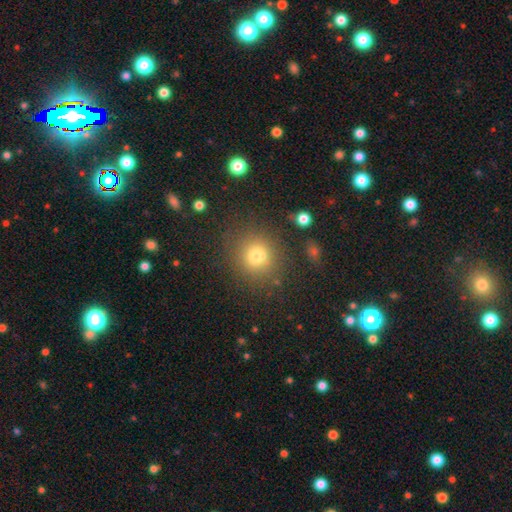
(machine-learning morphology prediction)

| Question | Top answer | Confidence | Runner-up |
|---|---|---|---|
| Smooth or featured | smooth | 73% | star or artifact (17%) |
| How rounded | round | 84% | in between (15%) |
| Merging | none | 79% | minor disturbance (11%) |